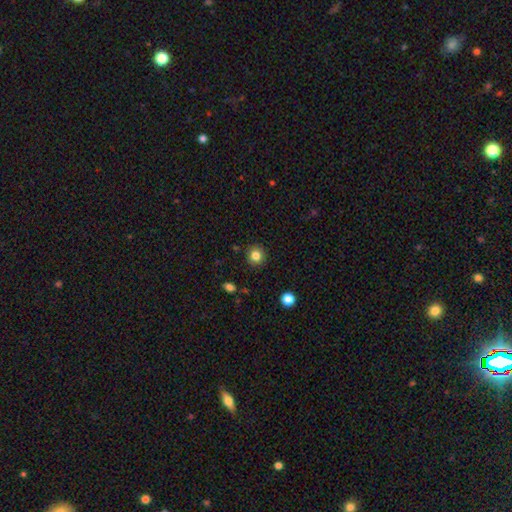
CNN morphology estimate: Smooth or featured: smooth — 83% (star or artifact — 12%)
How rounded: round — 91% (in between — 8%)
Merging: none — 91% (minor disturbance — 6%)